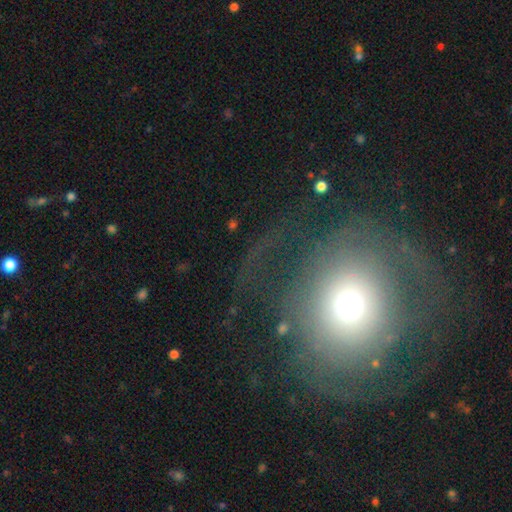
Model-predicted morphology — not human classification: smooth_or_featured: smooth (p=0.43) [alt: featured or disk p=0.39]
merging: none (p=0.55) [alt: major disturbance p=0.27]